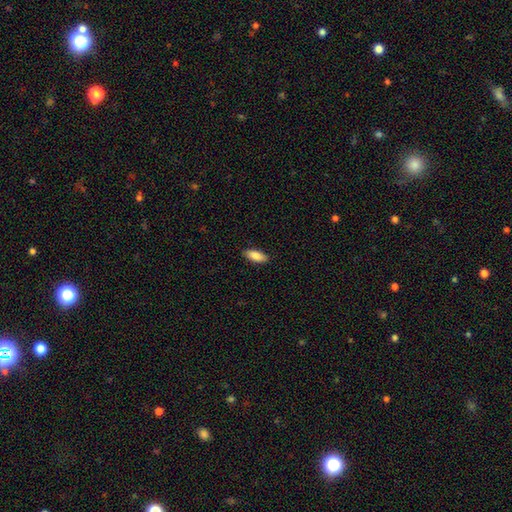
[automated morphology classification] Smooth or featured: smooth — 87% (featured or disk — 7%)
How rounded: in between — 79% (cigar-shaped — 19%)
Merging: none — 87% (minor disturbance — 10%)